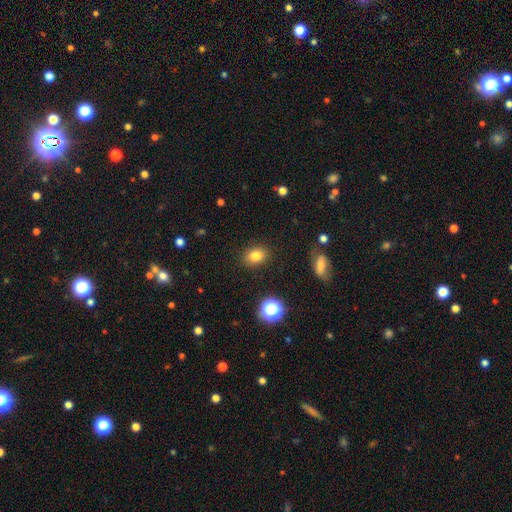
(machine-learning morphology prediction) Smooth or featured?
  - smooth: 80% *
  - star or artifact: 12%
  - featured or disk: 7%
How rounded?
  - in between: 66% *
  - round: 33%
  - cigar-shaped: 1%
Merging?
  - none: 87% *
  - minor disturbance: 9%
  - major disturbance: 3%
  - merger: 2%